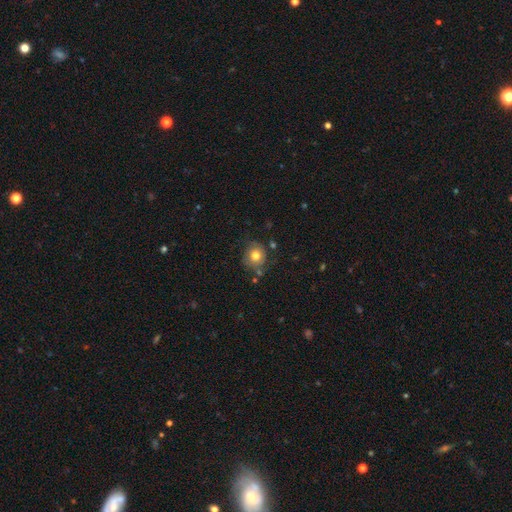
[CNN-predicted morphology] smooth 74%, featured or disk 16%, star or artifact 10%. Down the decision tree: how rounded — round (85%); merging — none (70%).